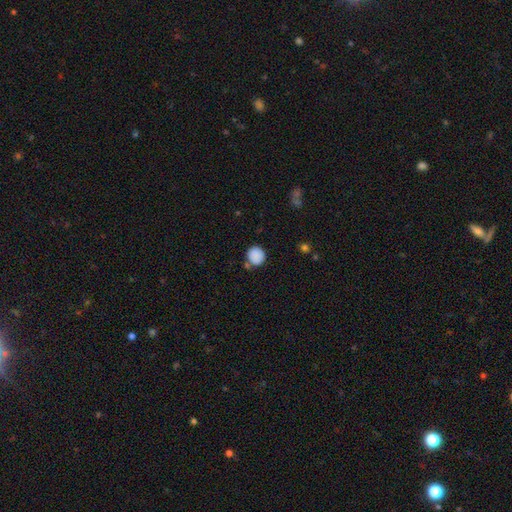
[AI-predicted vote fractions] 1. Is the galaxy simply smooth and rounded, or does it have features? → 88% smooth, 9% star or artifact, 4% featured or disk.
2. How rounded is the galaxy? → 87% round, 12% in between, 1% cigar-shaped.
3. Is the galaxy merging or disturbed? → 76% none, 13% minor disturbance, 7% merger, 4% major disturbance.